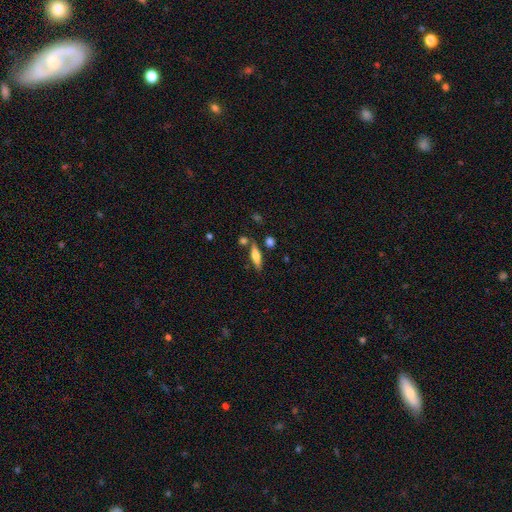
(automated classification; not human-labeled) This appears to be a smooth galaxy with no disk features (55%) that is cigar-shaped (61%). Merging: none (76%).